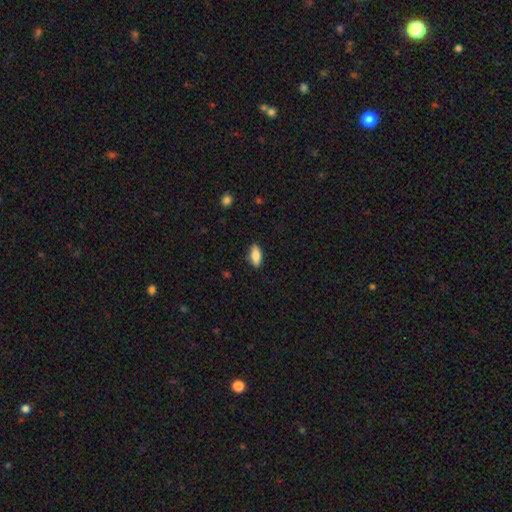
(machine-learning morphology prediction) Smooth or featured? smooth (82%)
How rounded? in between (82%)
Merging? none (87%)